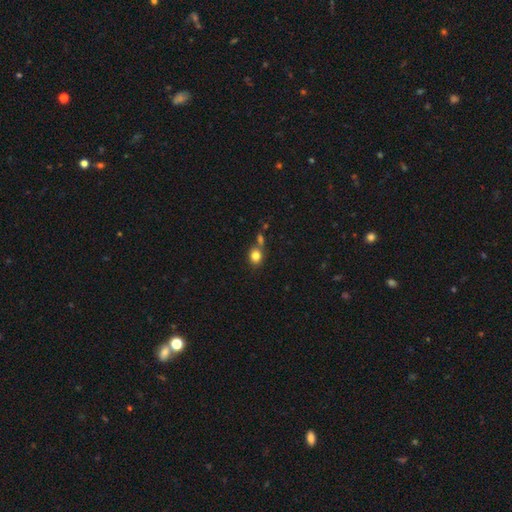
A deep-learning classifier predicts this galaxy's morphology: The model was most divided on "merging": none: 59%, merger: 24%, minor disturbance: 13%, major disturbance: 5%. More confident: smooth or featured — smooth (82%); how rounded — round (70%).